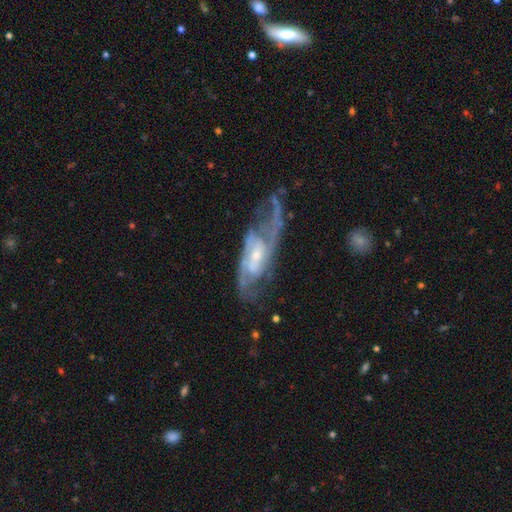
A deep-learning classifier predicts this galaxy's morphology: A featured or disk galaxy (87%) with a weak bar (43%), 2 (56%) medium (47%) spiral arms (94%) and a small central bulge (59%). Merging: none (52%).